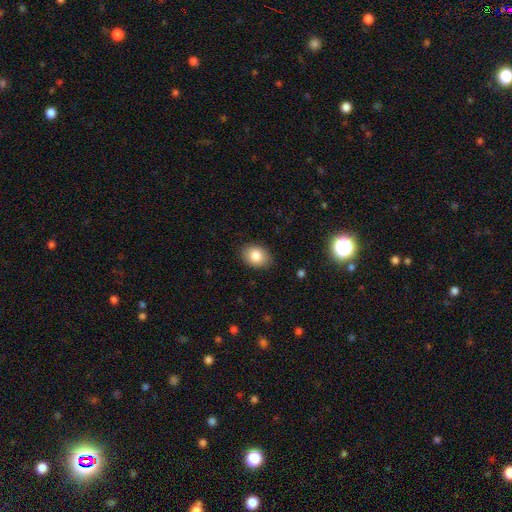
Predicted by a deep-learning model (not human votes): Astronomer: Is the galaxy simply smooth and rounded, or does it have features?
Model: smooth — 83%.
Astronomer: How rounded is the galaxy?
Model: in between — 68%.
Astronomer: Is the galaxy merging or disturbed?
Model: none — 87%.